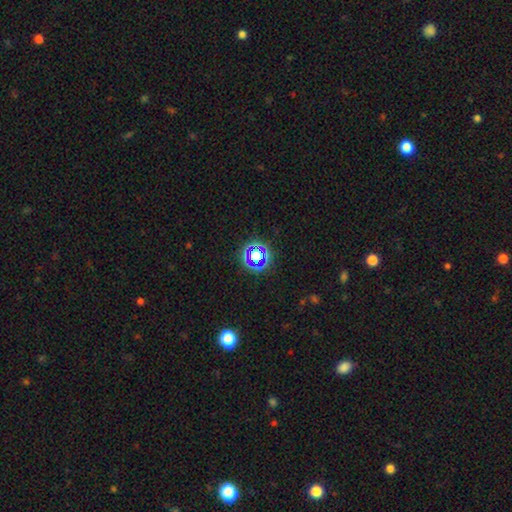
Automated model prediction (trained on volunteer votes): Smooth or featured?
  - star or artifact: 65% *
  - smooth: 24%
  - featured or disk: 11%